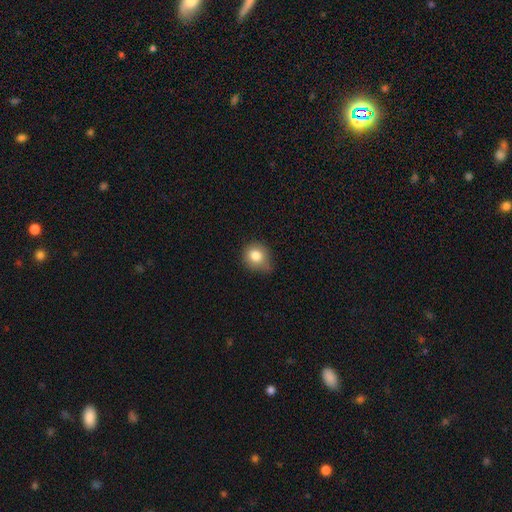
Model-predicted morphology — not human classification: A smooth galaxy with no disk features (81%) that is round (77%). Merging: none (56%).